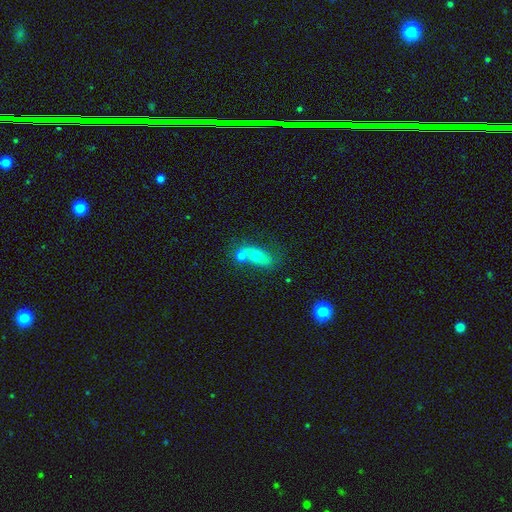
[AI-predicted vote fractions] Smooth or featured?
  - smooth: 62% *
  - featured or disk: 27%
  - star or artifact: 11%
How rounded?
  - in between: 69% *
  - round: 25%
  - cigar-shaped: 6%
Merging?
  - merger: 54% *
  - none: 30%
  - minor disturbance: 10%
  - major disturbance: 6%